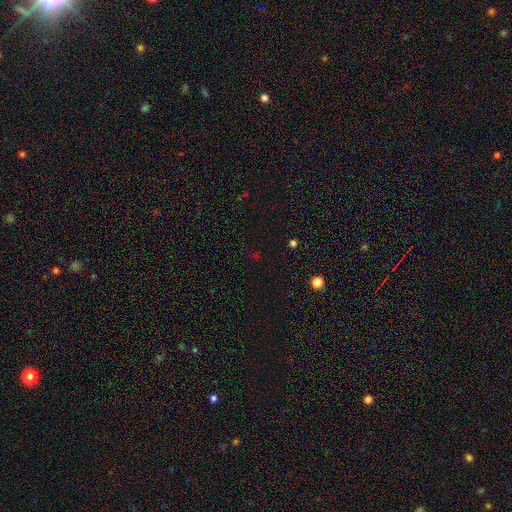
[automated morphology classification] smooth-or-featured: star or artifact: 62% | smooth: 30% | featured or disk: 7%